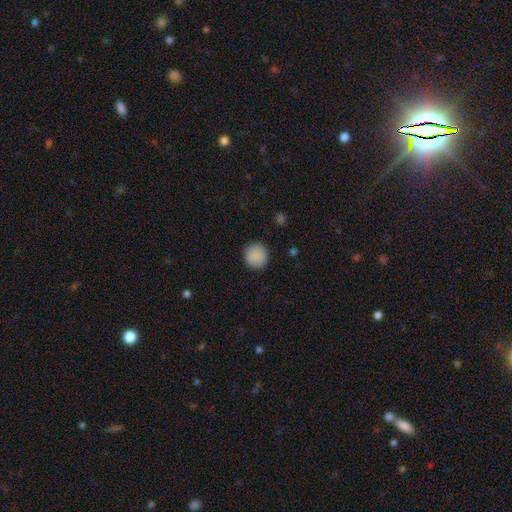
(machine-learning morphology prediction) smooth-or-featured: smooth: 89% | star or artifact: 8% | featured or disk: 4%
  how-rounded: round: 94% | in between: 5% | cigar-shaped: 1%
  merging: none: 90% | minor disturbance: 7% | major disturbance: 2% | merger: 1%